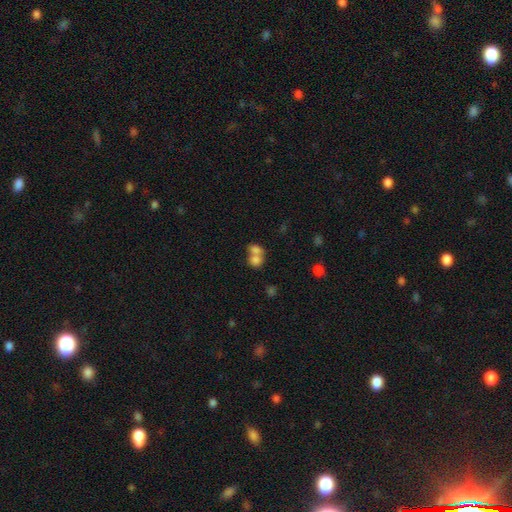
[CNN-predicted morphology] Smooth or featured? Predicted: smooth (p=0.77). How rounded? Predicted: round (p=0.55). Merging? Predicted: merger (p=0.67).